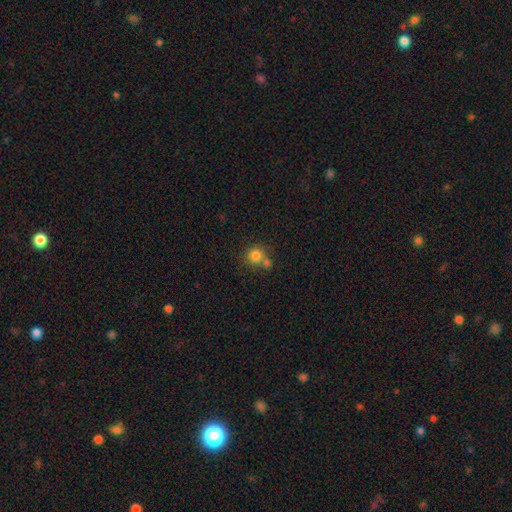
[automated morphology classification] type=smooth (80%); roundness=round (89%); merging=none (54%).